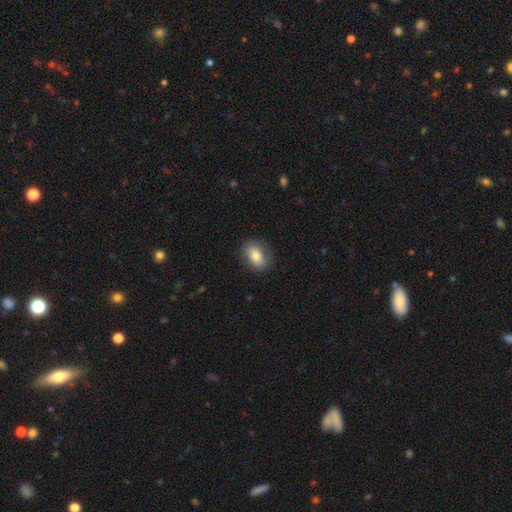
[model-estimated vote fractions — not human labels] smooth-or-featured: smooth: 78% | featured or disk: 15% | star or artifact: 7%
  how-rounded: in between: 77% | round: 21% | cigar-shaped: 2%
  merging: none: 84% | minor disturbance: 12% | major disturbance: 3% | merger: 1%